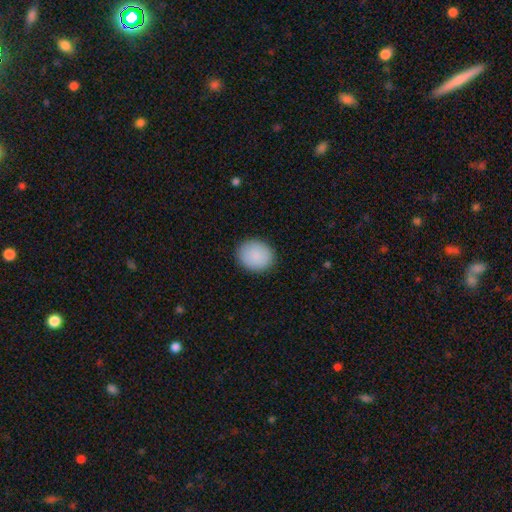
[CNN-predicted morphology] smooth 89%, star or artifact 7%, featured or disk 4%. Down the decision tree: how rounded — round (64%); merging — none (89%).